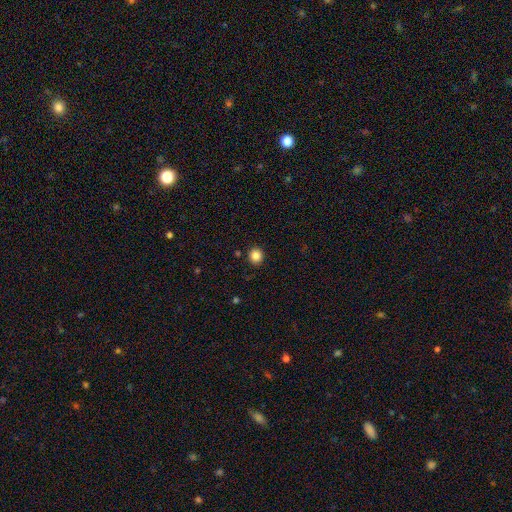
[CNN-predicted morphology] smooth-or-featured: smooth: 85% | star or artifact: 11% | featured or disk: 4%
  how-rounded: round: 89% | in between: 10% | cigar-shaped: 1%
  merging: none: 91% | minor disturbance: 6% | major disturbance: 2% | merger: 2%